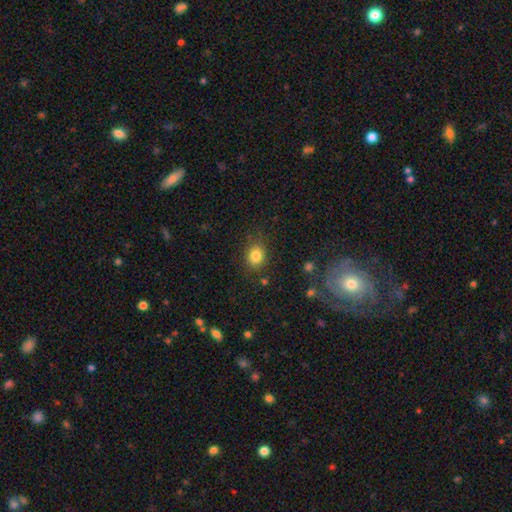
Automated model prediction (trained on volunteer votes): Q: Smooth or featured?
A: smooth (83%); runner-up: star or artifact (11%)
Q: How rounded?
A: round (60%); runner-up: in between (39%)
Q: Merging?
A: none (82%); runner-up: minor disturbance (12%)